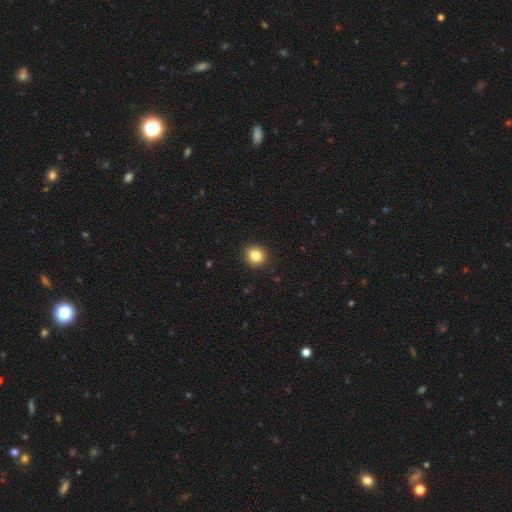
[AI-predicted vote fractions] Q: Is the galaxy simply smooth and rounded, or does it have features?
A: smooth — 84%.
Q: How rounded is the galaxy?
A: round — 81%.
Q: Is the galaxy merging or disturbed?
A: none — 91%.